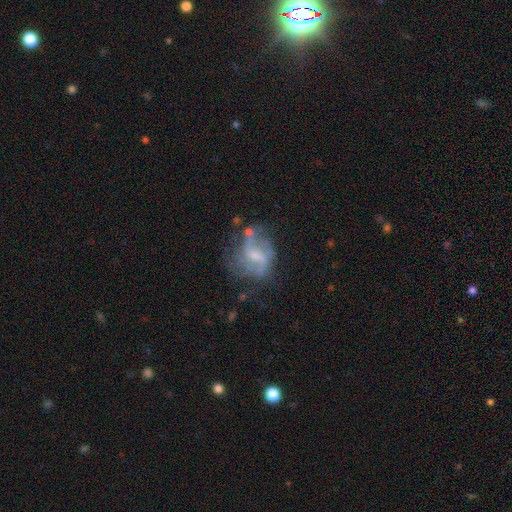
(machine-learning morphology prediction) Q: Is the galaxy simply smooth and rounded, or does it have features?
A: featured or disk — 73%.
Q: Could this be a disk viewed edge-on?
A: no — 98%.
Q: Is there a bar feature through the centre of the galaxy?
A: weak — 54%.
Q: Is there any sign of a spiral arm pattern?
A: yes — 78%.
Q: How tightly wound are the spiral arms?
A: loose — 43%.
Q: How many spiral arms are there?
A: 2 — 53%.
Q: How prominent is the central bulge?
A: small — 45%.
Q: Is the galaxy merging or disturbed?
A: none — 49%.